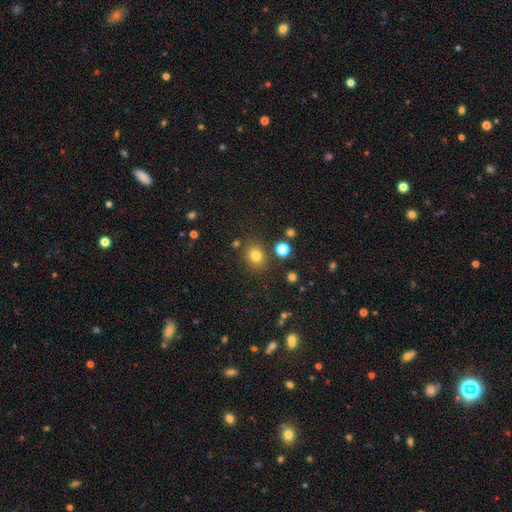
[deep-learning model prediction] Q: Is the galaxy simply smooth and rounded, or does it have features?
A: smooth — 79%.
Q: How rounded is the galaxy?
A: round — 62%.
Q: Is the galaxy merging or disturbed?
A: none — 81%.